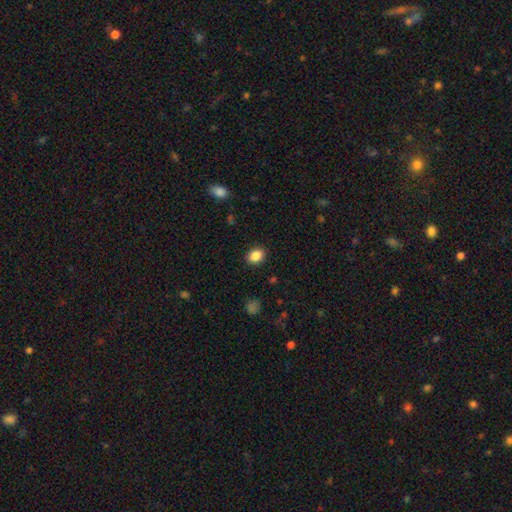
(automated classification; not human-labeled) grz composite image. It shows a smooth galaxy with no disk features (88%) that is in between round and cigar-shaped (72%). Merging: none (88%).